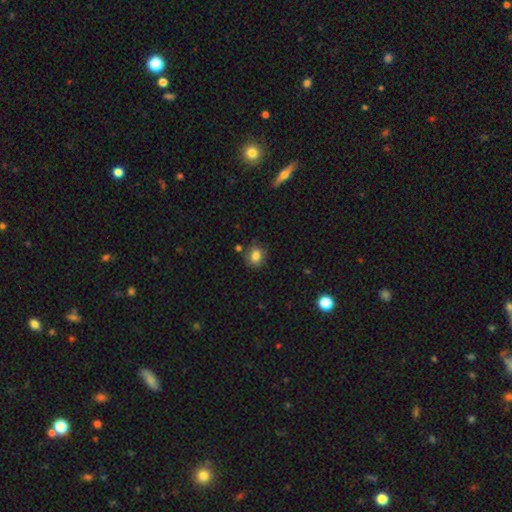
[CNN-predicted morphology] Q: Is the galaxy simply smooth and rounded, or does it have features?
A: smooth — 83%.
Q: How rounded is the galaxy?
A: round — 69%.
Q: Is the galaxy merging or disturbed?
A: none — 79%.